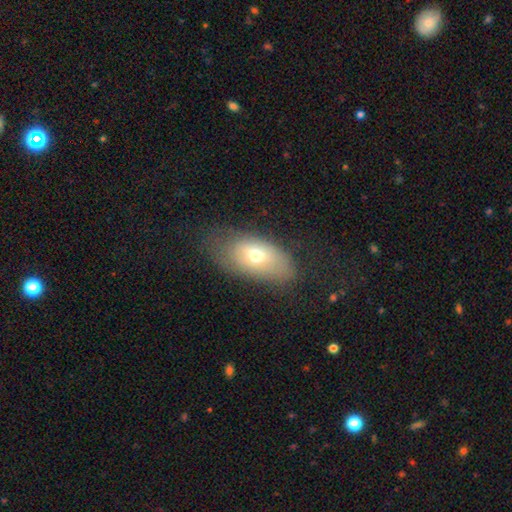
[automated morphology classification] Smooth or featured? smooth (64%)
How rounded? in between (90%)
Merging? none (62%)